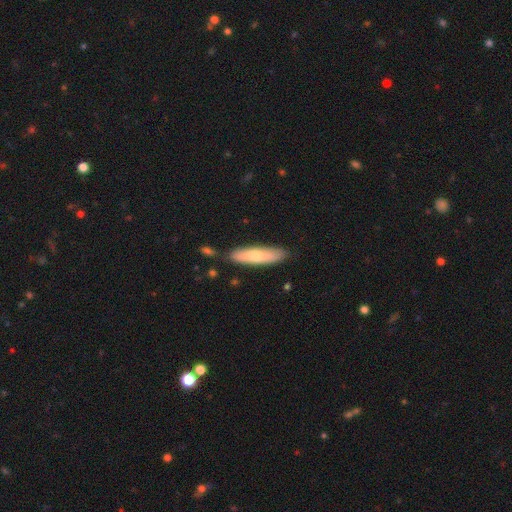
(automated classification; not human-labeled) Smooth or featured? Predicted: smooth (p=0.70). How rounded? Predicted: cigar-shaped (p=0.69). Merging? Predicted: none (p=0.81).